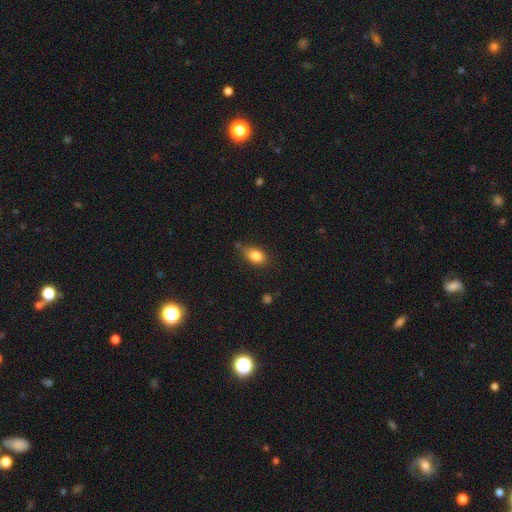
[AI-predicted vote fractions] Morphology: type=smooth (82%); roundness=in between (74%); merging=none (57%).